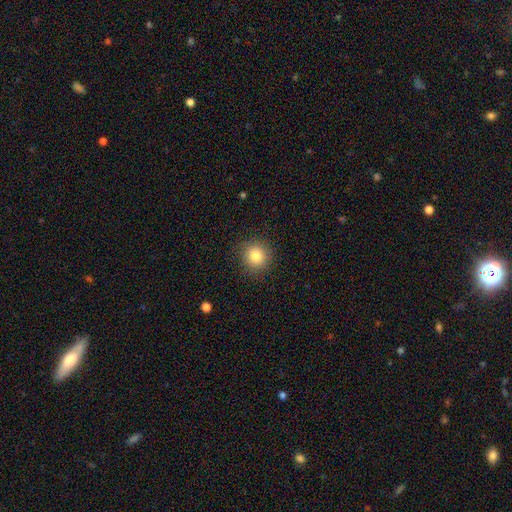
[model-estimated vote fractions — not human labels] Smooth or featured: smooth — 83% (star or artifact — 11%)
How rounded: round — 92% (in between — 7%)
Merging: none — 89% (minor disturbance — 8%)